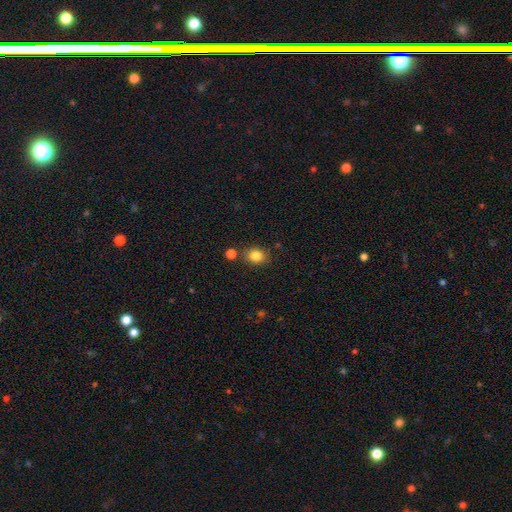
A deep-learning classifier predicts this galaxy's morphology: Overall: smooth (83%). How rounded: round (60%; in between 39%). Merging: none (79%).